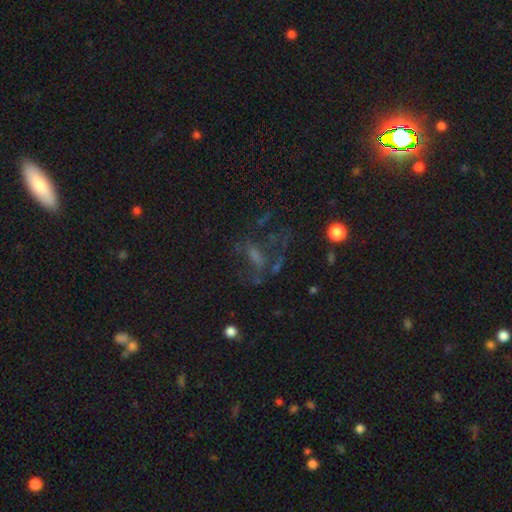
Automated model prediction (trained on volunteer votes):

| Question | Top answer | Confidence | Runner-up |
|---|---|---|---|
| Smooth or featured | featured or disk | 41% | smooth (30%) |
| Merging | none | 41% | major disturbance (36%) |